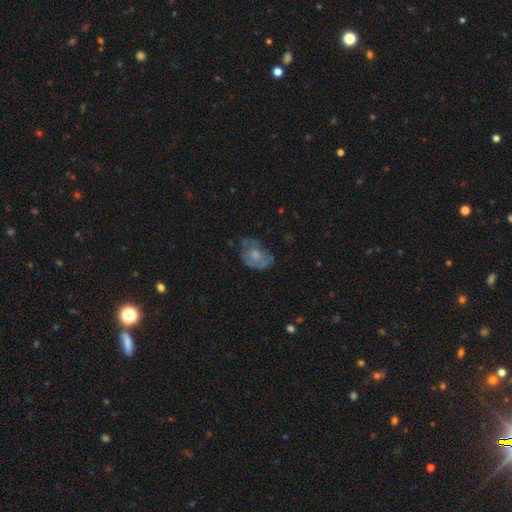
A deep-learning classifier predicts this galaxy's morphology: Smooth or featured? Predicted: featured or disk (p=0.47). Merging? Predicted: none (p=0.50).